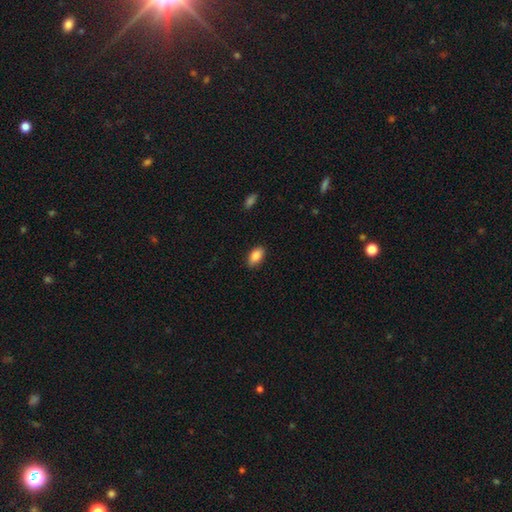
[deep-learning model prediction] A smooth galaxy with no disk features (88%) that is in between round and cigar-shaped (93%). Merging: none (87%).